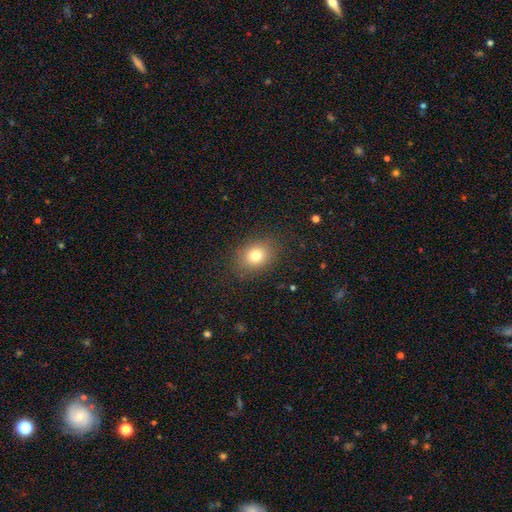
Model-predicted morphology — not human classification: This is likely a smooth galaxy (78%). How rounded: possibly in between (51%). Merging: clearly none (85%).